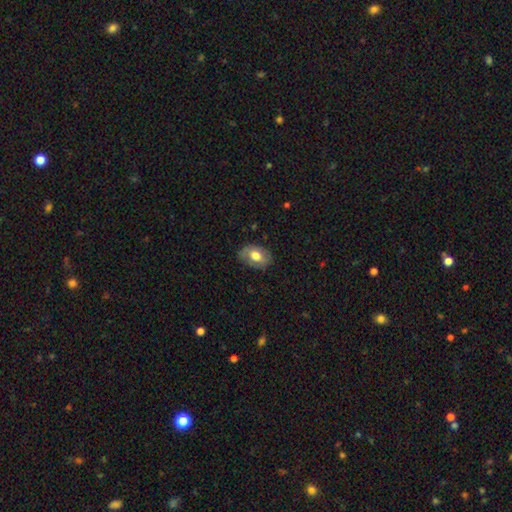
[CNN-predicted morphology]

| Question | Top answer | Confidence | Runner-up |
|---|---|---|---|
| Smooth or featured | smooth | 69% | featured or disk (24%) |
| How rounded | in between | 81% | round (18%) |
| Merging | none | 77% | minor disturbance (18%) |